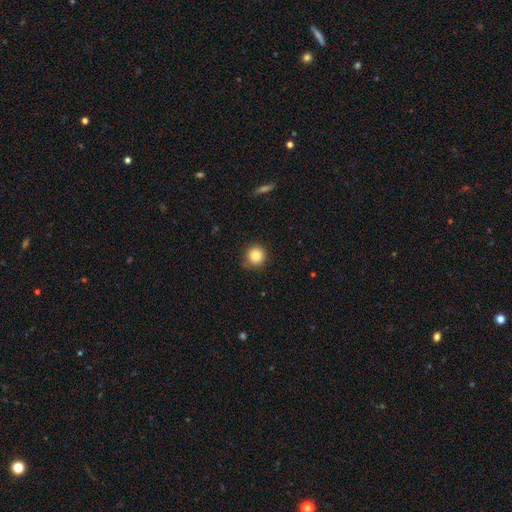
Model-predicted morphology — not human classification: This appears to be a smooth galaxy with no disk features (85%) that is round (94%). Merging: none (84%).